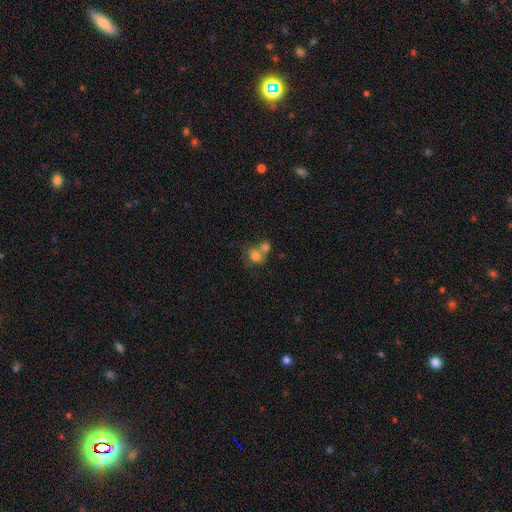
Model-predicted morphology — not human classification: Smooth or featured: smooth — 74% (featured or disk — 16%)
How rounded: round — 64% (in between — 35%)
Merging: merger — 56% (none — 29%)